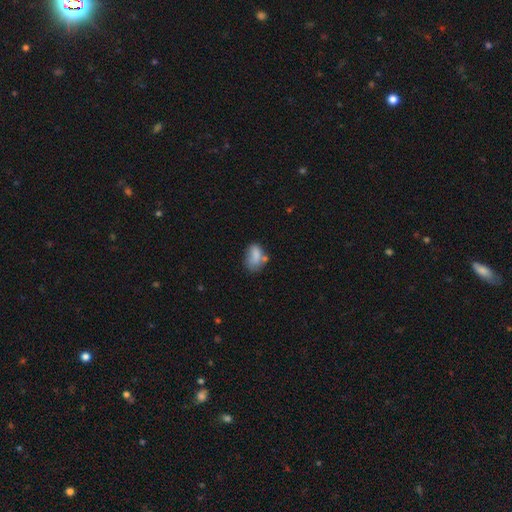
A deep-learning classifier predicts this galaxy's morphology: A smooth galaxy with no disk features (77%) that is in between round and cigar-shaped (84%).

Vote fractions:
- Smooth or featured? smooth: 77% / featured or disk: 13% / star or artifact: 9%
- How rounded? in between: 84% / round: 14% / cigar-shaped: 2%
- Merging? none: 43% / minor disturbance: 28% / merger: 16% / major disturbance: 13%